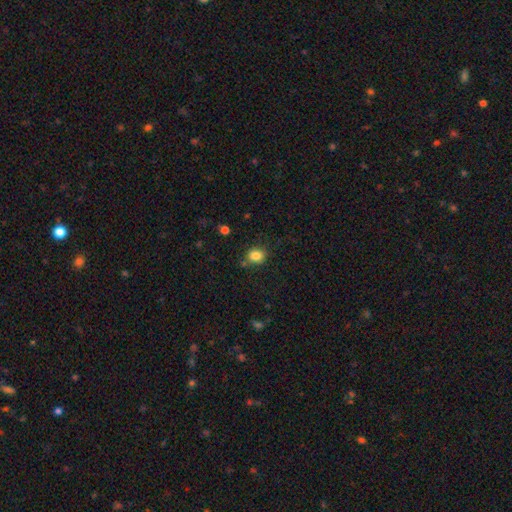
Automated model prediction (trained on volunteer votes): Smooth or featured? Predicted: smooth (p=0.84). How rounded? Predicted: round (p=0.69). Merging? Predicted: none (p=0.77).